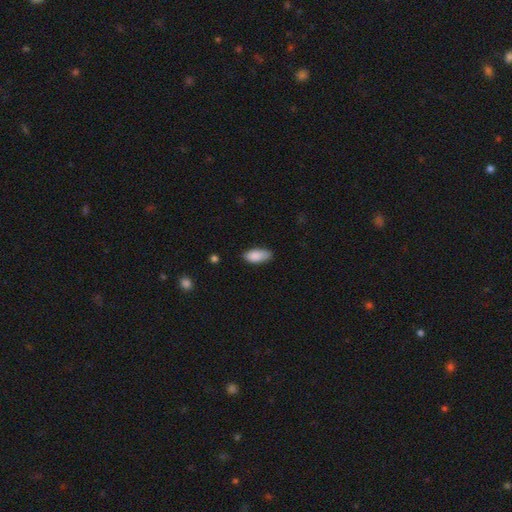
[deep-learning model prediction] Smooth or featured? Predicted: smooth (p=0.88). How rounded? Predicted: in between (p=0.89). Merging? Predicted: none (p=0.75).